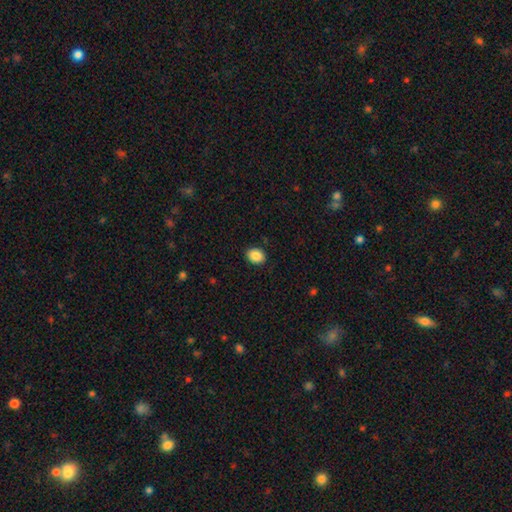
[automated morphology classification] Smooth or featured? smooth (88%)
How rounded? in between (56%)
Merging? none (90%)